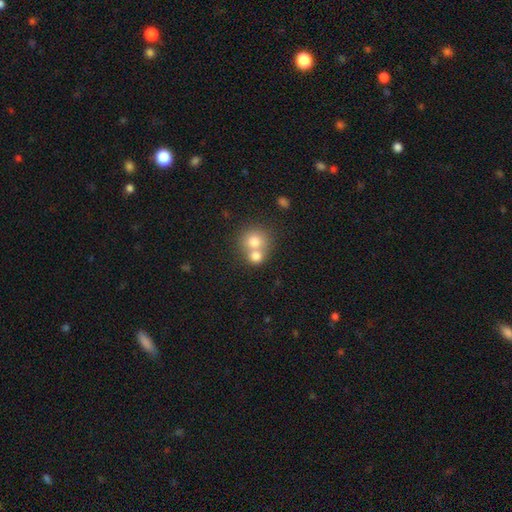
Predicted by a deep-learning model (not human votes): This is likely a smooth galaxy (74%). How rounded: clearly round (81%). Merging: possibly merger (59%).